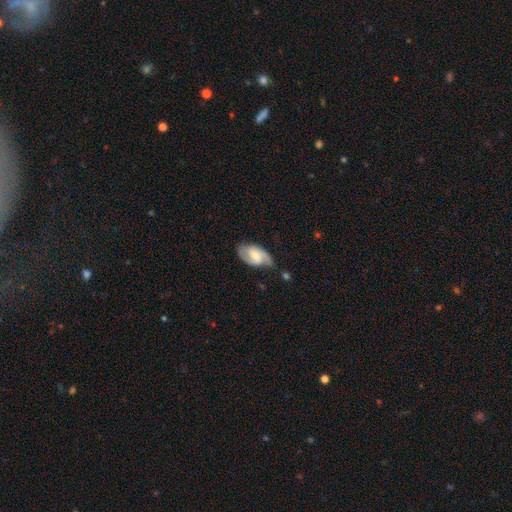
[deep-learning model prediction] This appears to be a featured or disk galaxy (77%) with a weak bar (53%), 2 (87%) medium (50%) spiral arms (94%) and a moderate central bulge (48%). Merging: none (67%).